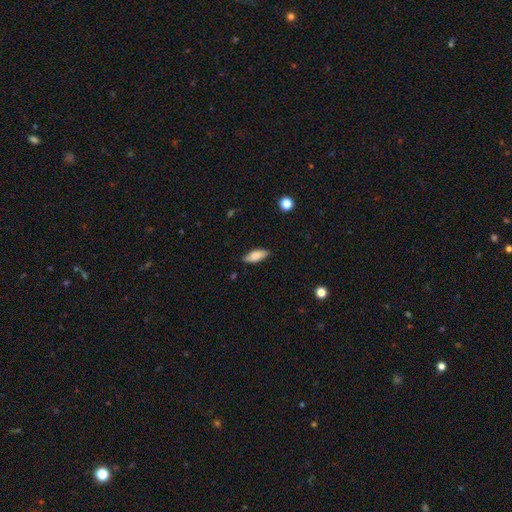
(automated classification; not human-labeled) smooth_or_featured: smooth (p=0.83) [alt: featured or disk p=0.10]
how_rounded: in between (p=0.78) [alt: cigar-shaped p=0.19]
merging: none (p=0.79) [alt: minor disturbance p=0.17]